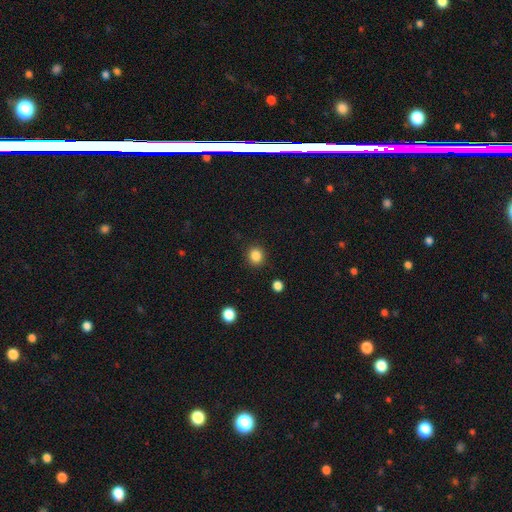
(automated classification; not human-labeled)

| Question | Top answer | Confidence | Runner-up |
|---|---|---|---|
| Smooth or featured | smooth | 85% | star or artifact (11%) |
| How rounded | round | 85% | in between (14%) |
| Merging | none | 90% | minor disturbance (6%) |